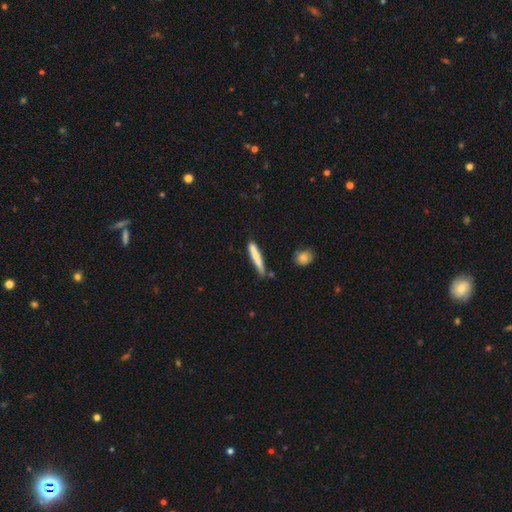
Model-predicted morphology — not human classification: The model was most divided on "smooth or featured": smooth: 70%, featured or disk: 24%, star or artifact: 6%. More confident: how rounded — cigar-shaped (93%); merging — none (70%).